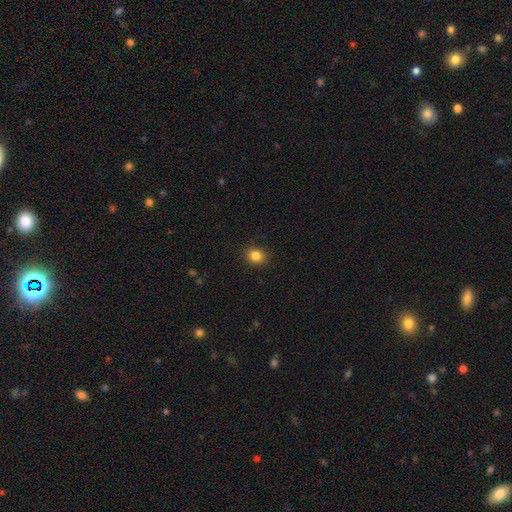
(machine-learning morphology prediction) Smooth or featured? smooth (85%)
How rounded? round (68%)
Merging? none (90%)